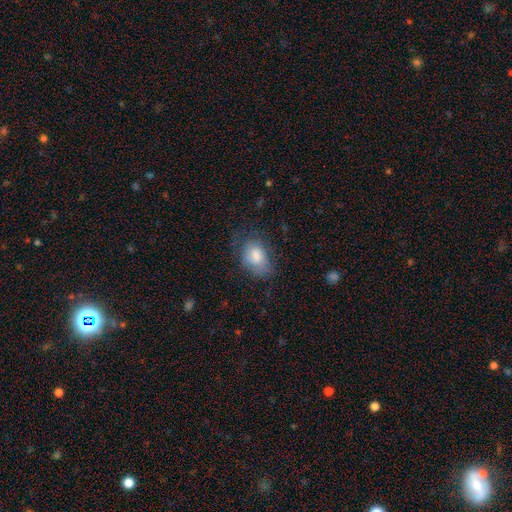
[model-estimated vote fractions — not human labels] A smooth galaxy with no disk features (77%) that is in between round and cigar-shaped (80%).

Vote fractions:
- Smooth or featured? smooth: 77% / featured or disk: 15% / star or artifact: 8%
- How rounded? in between: 80% / round: 19% / cigar-shaped: 1%
- Merging? none: 56% / minor disturbance: 28% / major disturbance: 15% / merger: 2%